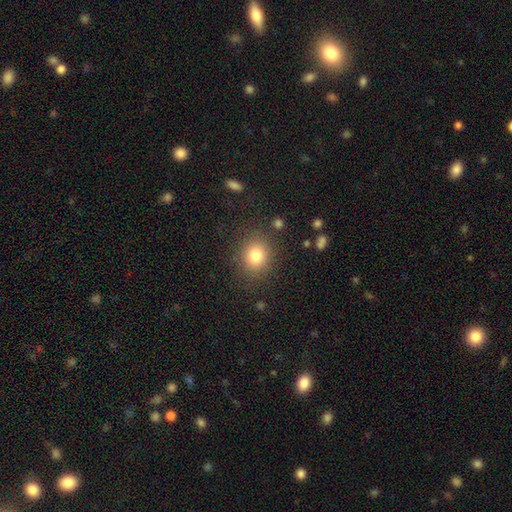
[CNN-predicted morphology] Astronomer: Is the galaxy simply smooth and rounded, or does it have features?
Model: smooth — 81%.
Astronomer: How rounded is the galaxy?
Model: round — 73%.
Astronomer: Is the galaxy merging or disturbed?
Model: none — 85%.